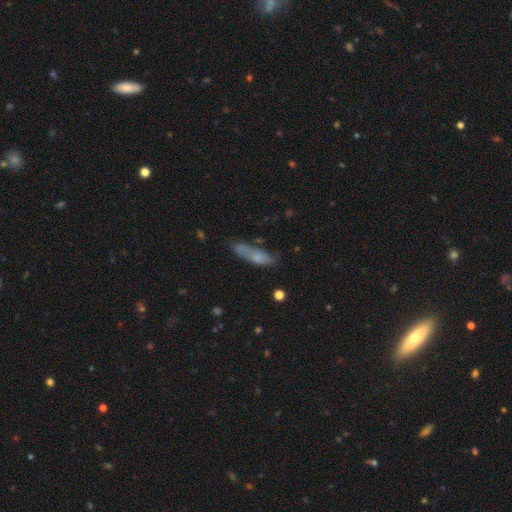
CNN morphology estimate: A smooth galaxy with no disk features (66%) that is cigar-shaped (65%). Merging: none (58%).